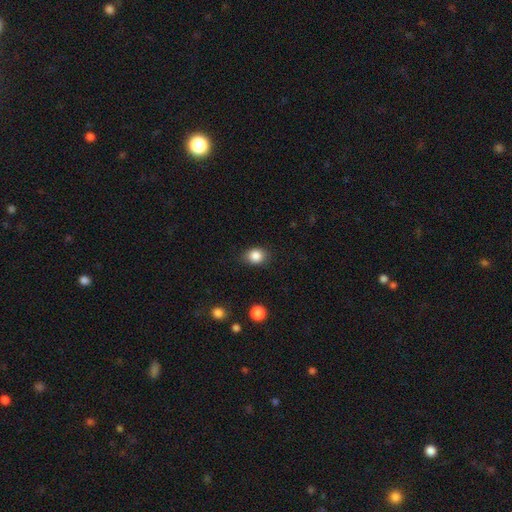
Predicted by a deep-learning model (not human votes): Smooth or featured: smooth — 86% (star or artifact — 10%)
How rounded: round — 60% (in between — 39%)
Merging: none — 81% (minor disturbance — 14%)